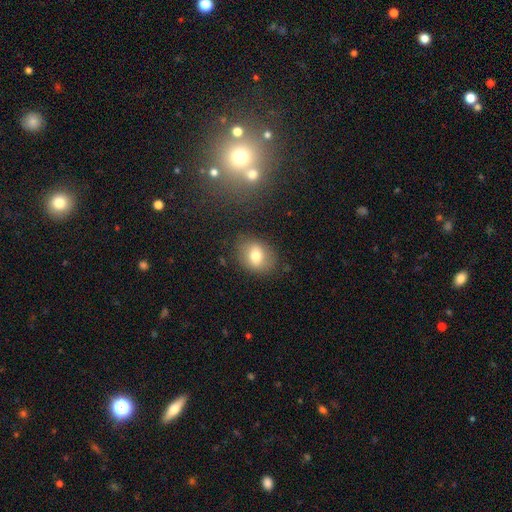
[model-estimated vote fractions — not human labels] The model was most divided on "how rounded": in between: 56%, round: 43%, cigar-shaped: 1%. More confident: merging — none (81%); smooth or featured — smooth (74%).